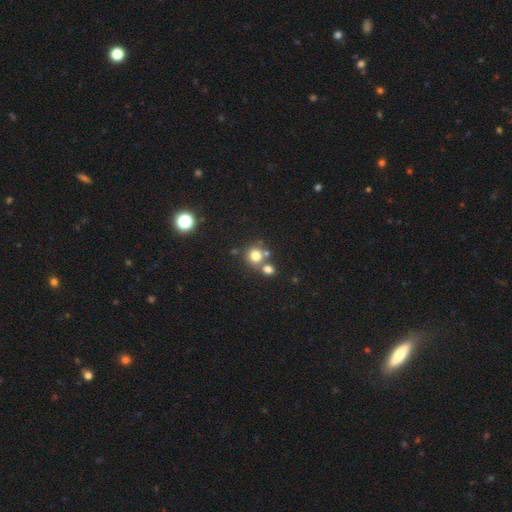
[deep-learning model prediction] smooth-or-featured: smooth: 75% | star or artifact: 15% | featured or disk: 10%
  how-rounded: round: 86% | in between: 13% | cigar-shaped: 1%
  merging: none: 56% | merger: 33% | minor disturbance: 8% | major disturbance: 3%